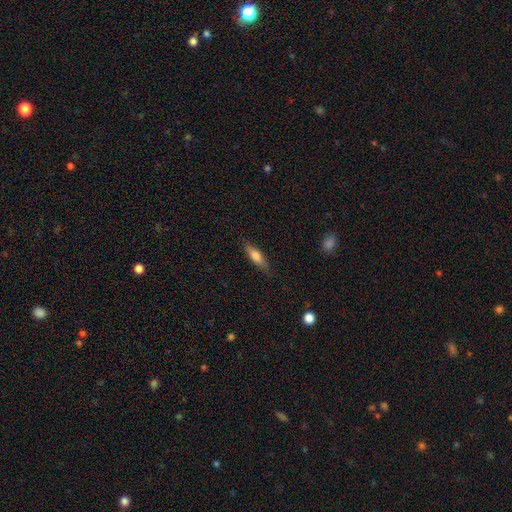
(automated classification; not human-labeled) smooth_or_featured: smooth (p=0.67) [alt: featured or disk p=0.27]
how_rounded: cigar-shaped (p=0.58) [alt: in between p=0.39]
merging: none (p=0.83) [alt: minor disturbance p=0.13]